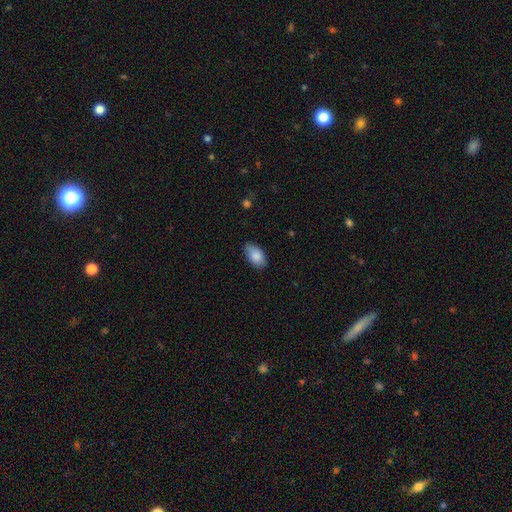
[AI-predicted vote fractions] Morphology: type=smooth (86%); roundness=in between (93%); merging=none (77%).